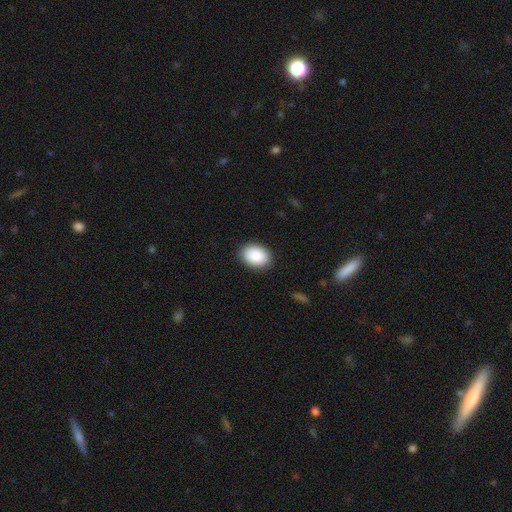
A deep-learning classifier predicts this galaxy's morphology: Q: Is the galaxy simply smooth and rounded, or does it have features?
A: smooth — 90%.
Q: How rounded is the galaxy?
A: in between — 76%.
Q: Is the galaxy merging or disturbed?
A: none — 89%.